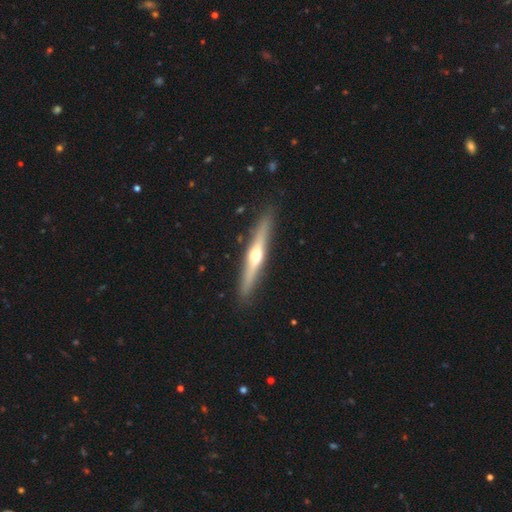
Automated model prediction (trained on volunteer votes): Smooth or featured? featured or disk (67%)
Edge-on disk? yes (97%)
Edge-on bulge? rounded (88%)
Merging? none (90%)